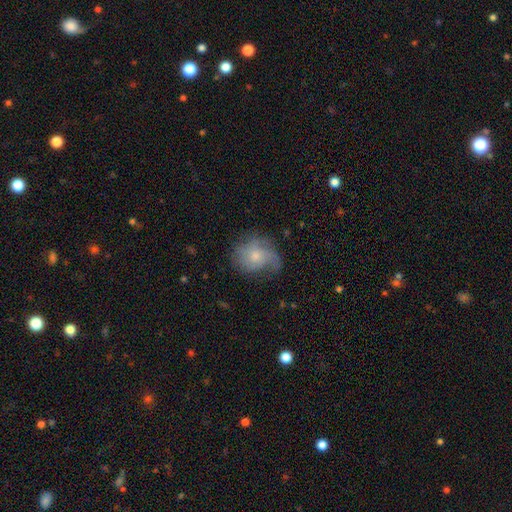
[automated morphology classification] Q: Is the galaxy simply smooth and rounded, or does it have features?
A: featured or disk — 48%.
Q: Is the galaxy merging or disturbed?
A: none — 48%.